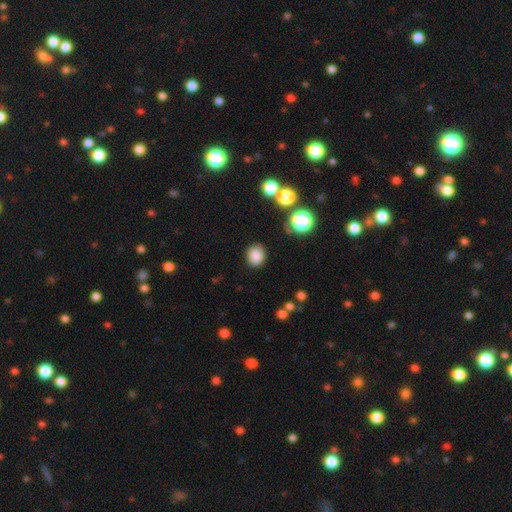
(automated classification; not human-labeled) smooth-or-featured: smooth: 84% | star or artifact: 11% | featured or disk: 5%
  how-rounded: round: 64% | in between: 35% | cigar-shaped: 1%
  merging: none: 86% | minor disturbance: 9% | major disturbance: 3% | merger: 2%